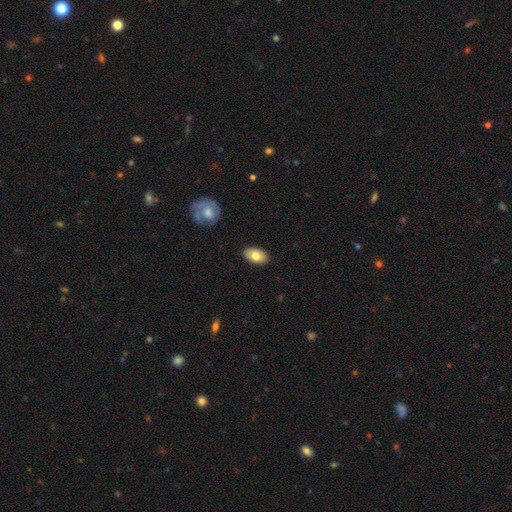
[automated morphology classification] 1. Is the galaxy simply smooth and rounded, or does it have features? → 77% smooth, 16% featured or disk, 6% star or artifact.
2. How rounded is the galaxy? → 93% in between, 6% round, 2% cigar-shaped.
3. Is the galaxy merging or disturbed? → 88% none, 9% minor disturbance, 2% major disturbance, 1% merger.